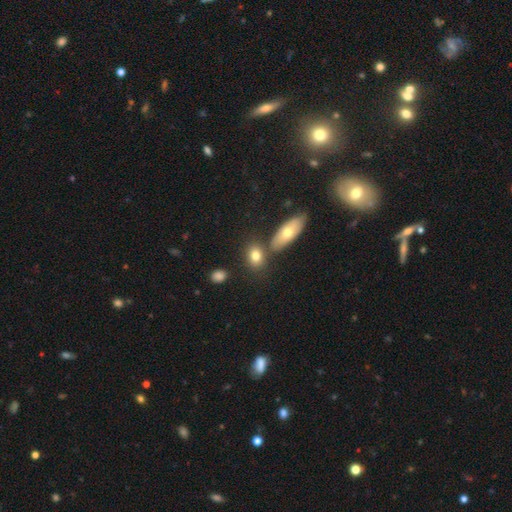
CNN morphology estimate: Smooth or featured? smooth (77%)
How rounded? in between (74%)
Merging? none (65%)